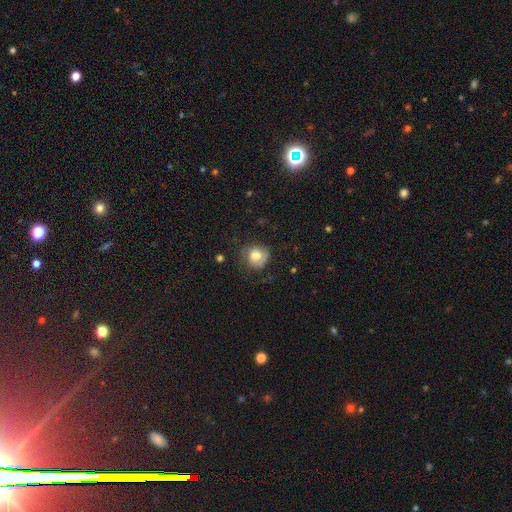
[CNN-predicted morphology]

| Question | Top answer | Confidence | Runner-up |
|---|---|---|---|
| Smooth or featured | smooth | 66% | featured or disk (25%) |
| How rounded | round | 76% | in between (23%) |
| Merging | none | 54% | minor disturbance (27%) |